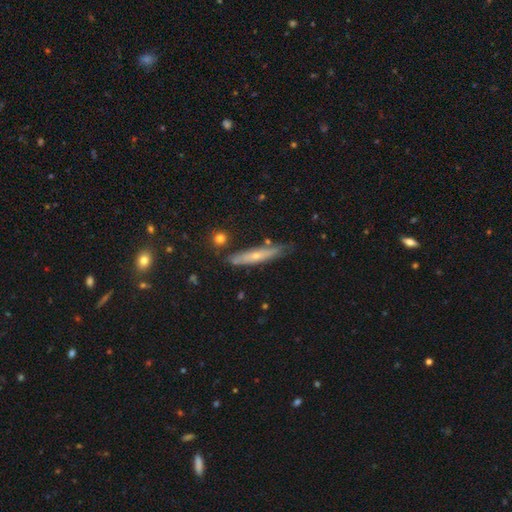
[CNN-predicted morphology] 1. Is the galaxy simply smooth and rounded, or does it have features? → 49% featured or disk, 44% smooth, 7% star or artifact.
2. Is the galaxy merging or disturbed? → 76% none, 17% minor disturbance, 4% merger, 3% major disturbance.